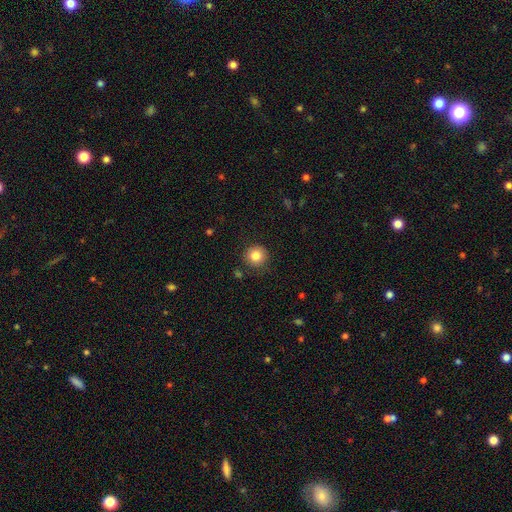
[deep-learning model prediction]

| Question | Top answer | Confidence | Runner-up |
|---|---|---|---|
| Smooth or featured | smooth | 84% | star or artifact (10%) |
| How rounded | round | 93% | in between (6%) |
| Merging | none | 87% | minor disturbance (9%) |